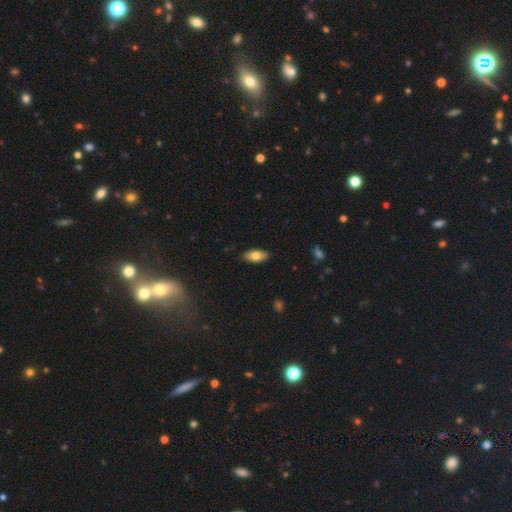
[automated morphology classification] Overall: smooth (74%). How rounded: in between (89%). Merging: none (87%).